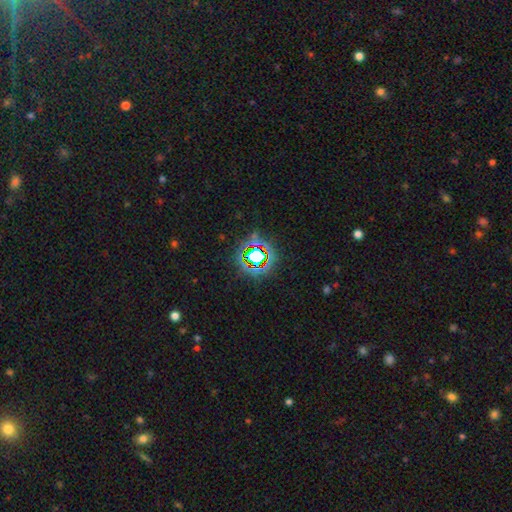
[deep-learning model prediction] A star or artifact, not a galaxy (67%).